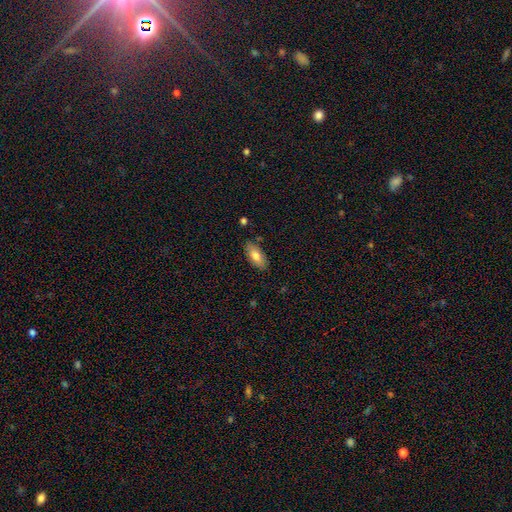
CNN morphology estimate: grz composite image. It shows a smooth galaxy with no disk features (77%) that is in between round and cigar-shaped (88%). Merging: none (84%).